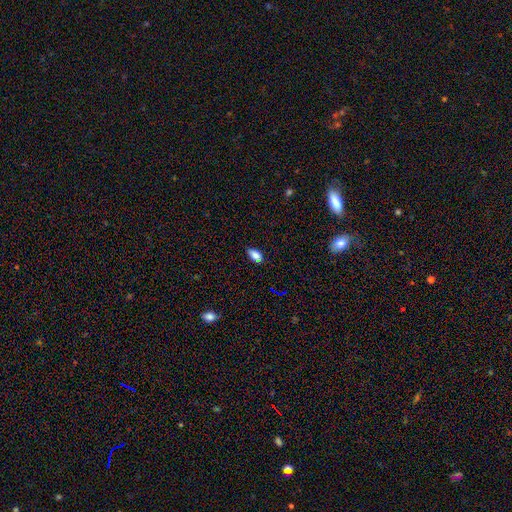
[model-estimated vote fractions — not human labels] Overall: smooth (79%). How rounded: in between (90%). Merging: none (69%).